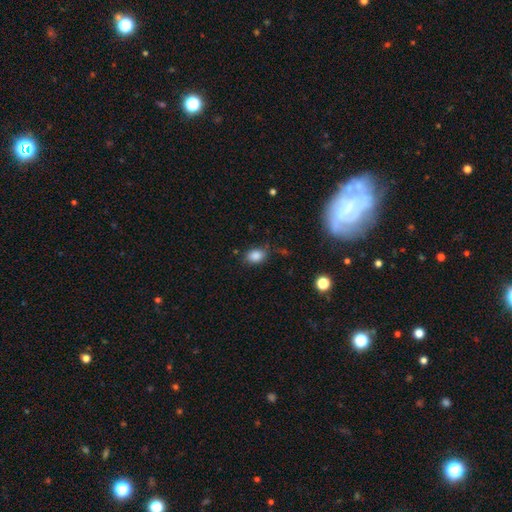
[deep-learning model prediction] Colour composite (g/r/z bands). It shows a smooth galaxy with no disk features (85%) that is in between round and cigar-shaped (70%). Merging: none (75%).